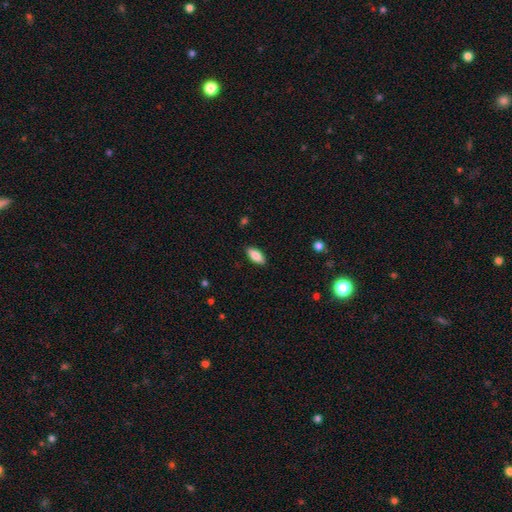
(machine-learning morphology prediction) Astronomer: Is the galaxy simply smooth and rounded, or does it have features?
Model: smooth — 83%.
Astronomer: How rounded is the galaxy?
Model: in between — 85%.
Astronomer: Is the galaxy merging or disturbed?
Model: none — 88%.